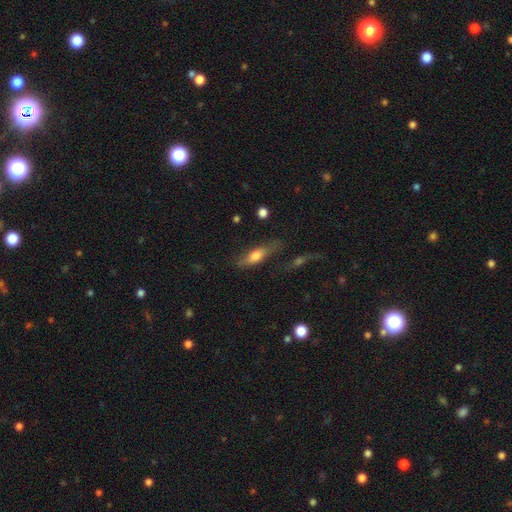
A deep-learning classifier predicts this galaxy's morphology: smooth_or_featured: smooth (p=0.64) [alt: featured or disk p=0.28]
how_rounded: in between (p=0.55) [alt: cigar-shaped p=0.41]
merging: none (p=0.61) [alt: minor disturbance p=0.22]